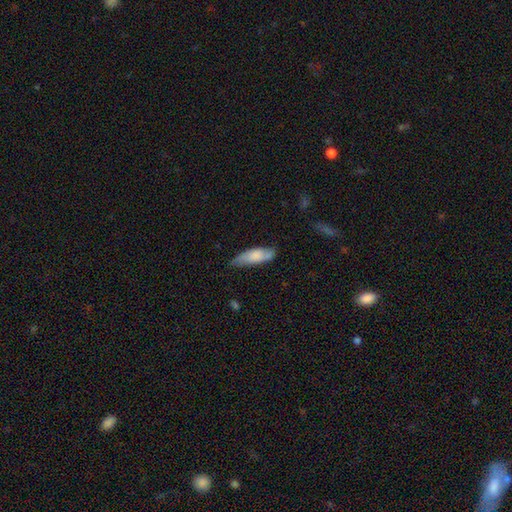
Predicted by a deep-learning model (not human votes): smooth-or-featured: smooth: 73% | featured or disk: 21% | star or artifact: 6%
  how-rounded: in between: 53% | cigar-shaped: 45% | round: 2%
  merging: none: 66% | minor disturbance: 27% | major disturbance: 5% | merger: 2%